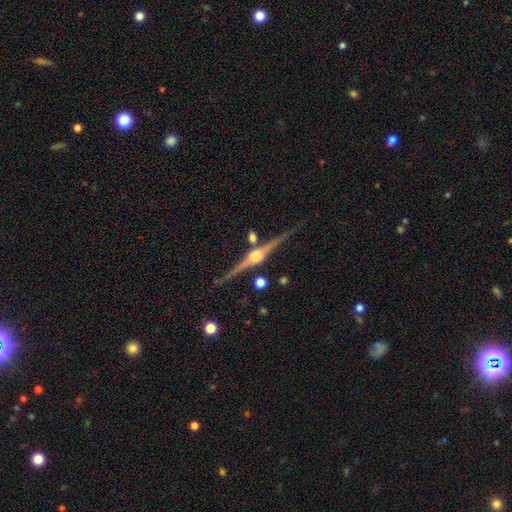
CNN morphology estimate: smooth_or_featured: featured or disk (p=0.90) [alt: star or artifact p=0.06]
disk_edge_on: yes (p=0.98) [alt: no p=0.02]
edge_on_bulge: rounded (p=0.93) [alt: boxy p=0.06]
merging: none (p=0.86) [alt: minor disturbance p=0.09]